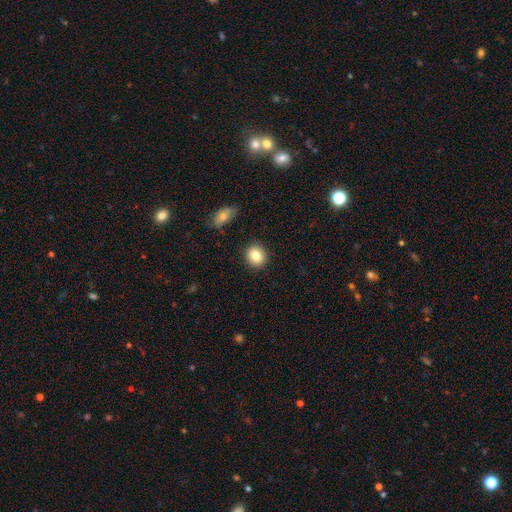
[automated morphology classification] Smooth or featured?
  - smooth: 84% *
  - star or artifact: 9%
  - featured or disk: 7%
How rounded?
  - round: 70% *
  - in between: 29%
  - cigar-shaped: 1%
Merging?
  - none: 89% *
  - minor disturbance: 7%
  - major disturbance: 2%
  - merger: 2%